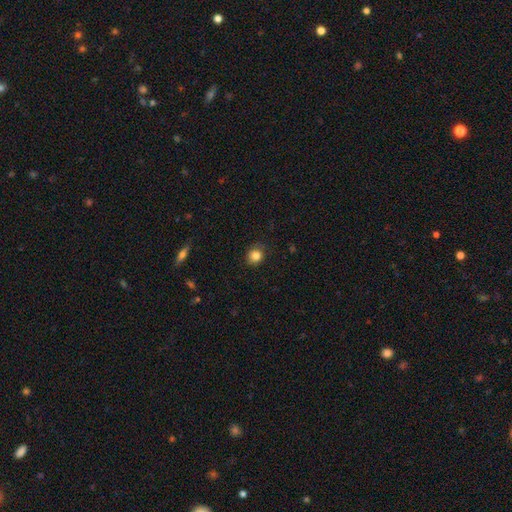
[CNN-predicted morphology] smooth 84%, star or artifact 11%, featured or disk 5%. Down the decision tree: how rounded — round (82%); merging — none (84%).